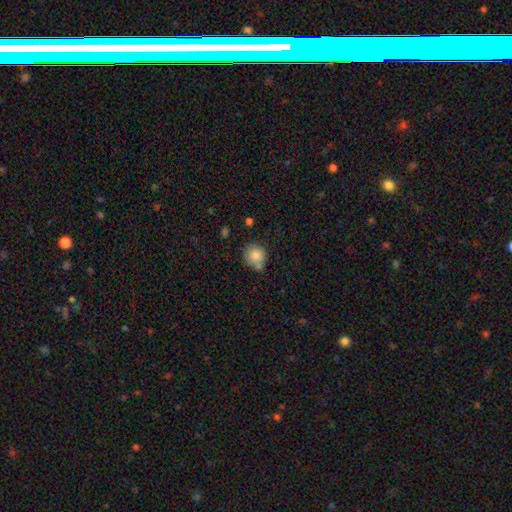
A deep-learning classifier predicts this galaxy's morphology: Smooth or featured: smooth — 83% (star or artifact — 9%)
How rounded: round — 89% (in between — 10%)
Merging: none — 63% (minor disturbance — 17%)